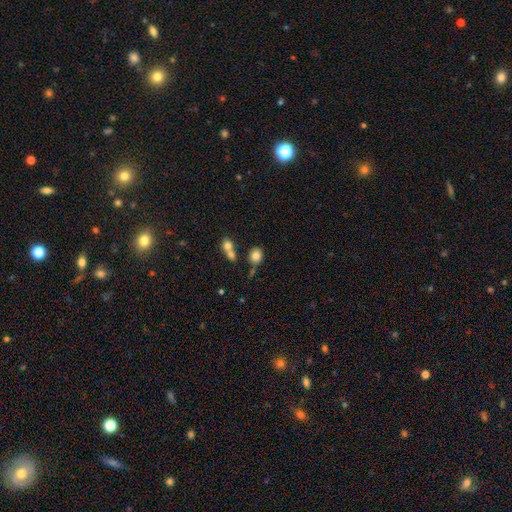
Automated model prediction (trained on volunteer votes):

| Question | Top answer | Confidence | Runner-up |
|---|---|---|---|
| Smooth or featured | smooth | 81% | star or artifact (10%) |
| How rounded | round | 58% | in between (41%) |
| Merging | none | 61% | merger (22%) |